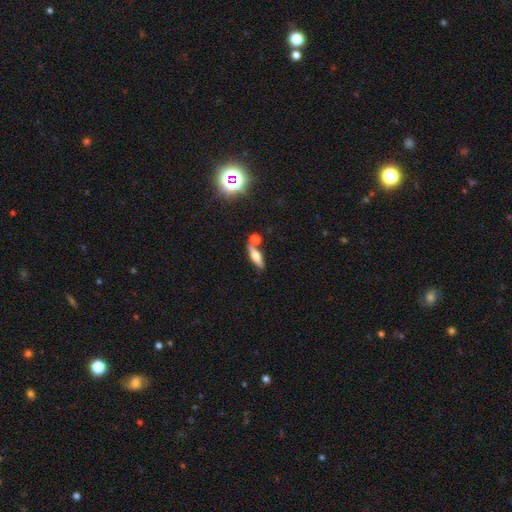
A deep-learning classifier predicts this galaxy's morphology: smooth 45% (tied), featured or disk 45% (tied), star or artifact 11%. Down the decision tree: merging — none (69%).